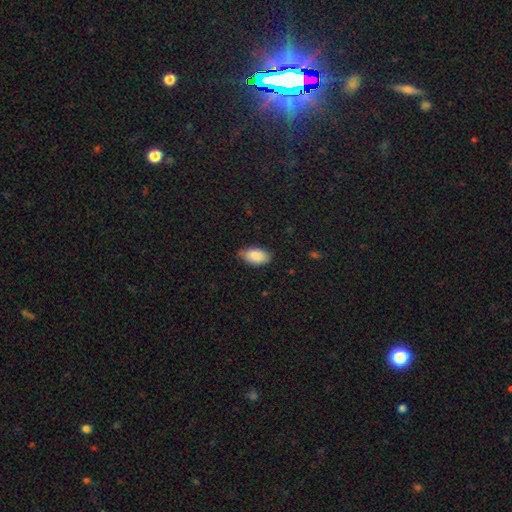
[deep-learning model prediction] Morphology: type=smooth (88%); roundness=in between (94%); merging=none (71%).